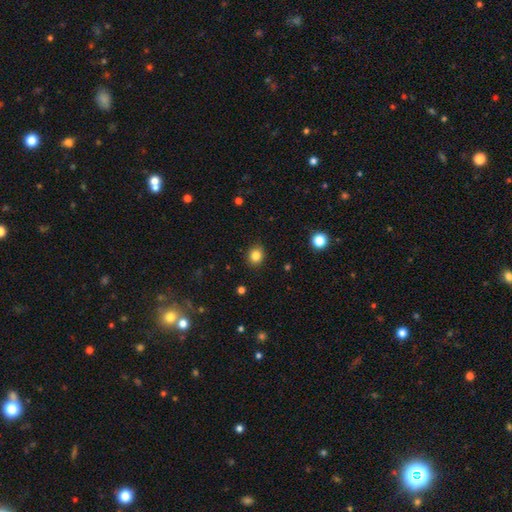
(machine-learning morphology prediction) Smooth or featured: smooth — 83% (star or artifact — 11%)
How rounded: round — 71% (in between — 28%)
Merging: none — 89% (minor disturbance — 8%)